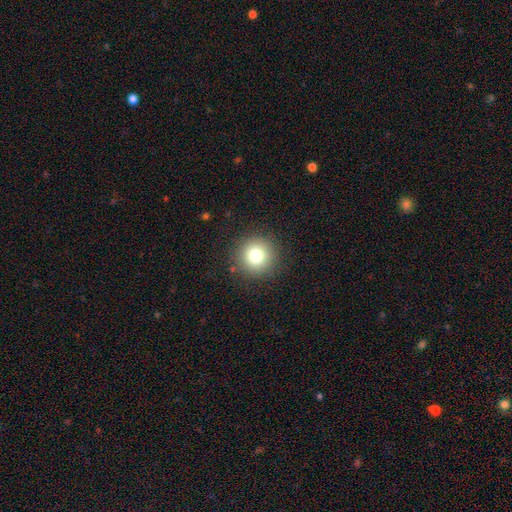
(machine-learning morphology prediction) A smooth galaxy with no disk features (78%) that is round (95%). Merging: none (90%).